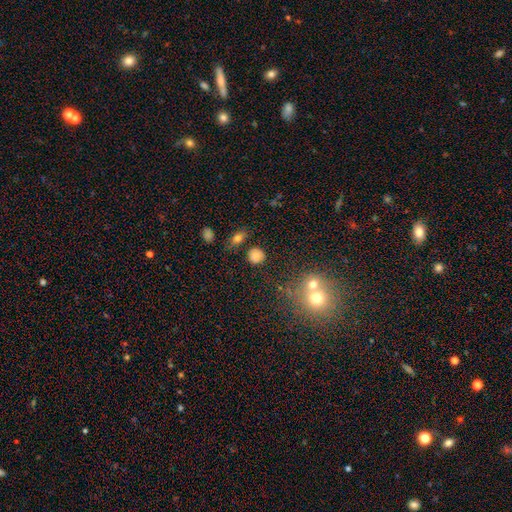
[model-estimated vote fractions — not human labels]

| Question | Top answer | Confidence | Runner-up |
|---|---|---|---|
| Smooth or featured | smooth | 79% | star or artifact (12%) |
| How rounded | round | 87% | in between (12%) |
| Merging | none | 80% | minor disturbance (11%) |